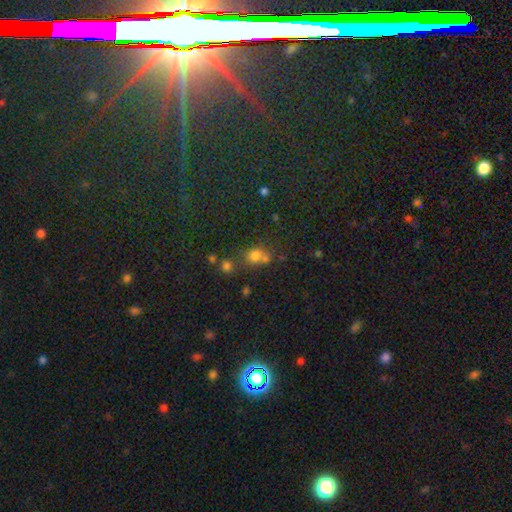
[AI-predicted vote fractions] Smooth or featured?
  - smooth: 68% *
  - star or artifact: 22%
  - featured or disk: 10%
How rounded?
  - round: 72% *
  - in between: 27%
  - cigar-shaped: 2%
Merging?
  - none: 47% *
  - merger: 33%
  - minor disturbance: 13%
  - major disturbance: 7%